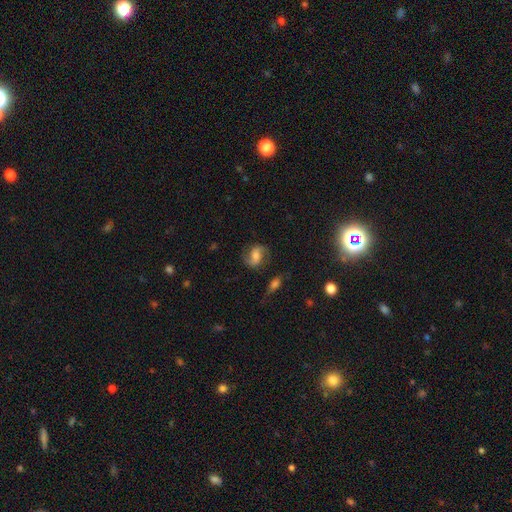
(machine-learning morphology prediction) A featured or disk galaxy (74%) with a weak bar (43%), 2 (90%) medium (49%) spiral arms (95%) and a moderate central bulge (50%). Merging: none (75%).